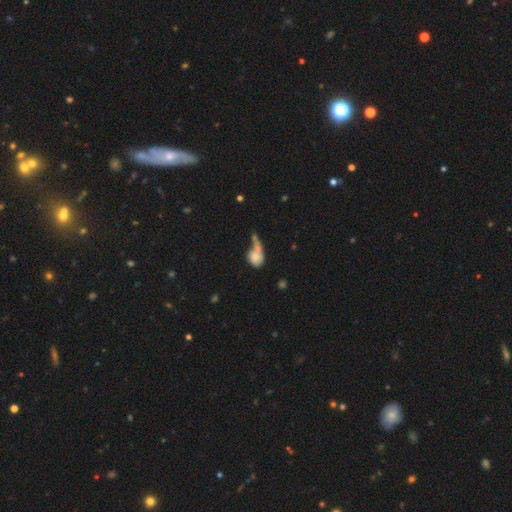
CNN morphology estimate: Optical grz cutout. It shows a smooth galaxy with no disk features (68%) that is in between round and cigar-shaped (56%). Merging: major disturbance (33%).